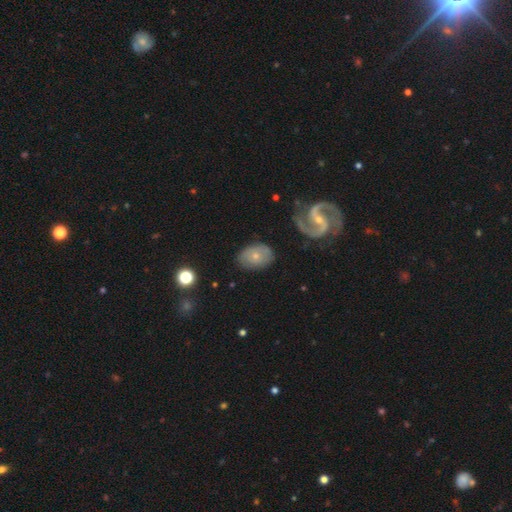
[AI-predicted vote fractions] Smooth or featured? Predicted: smooth (p=0.50). Merging? Predicted: none (p=0.76).